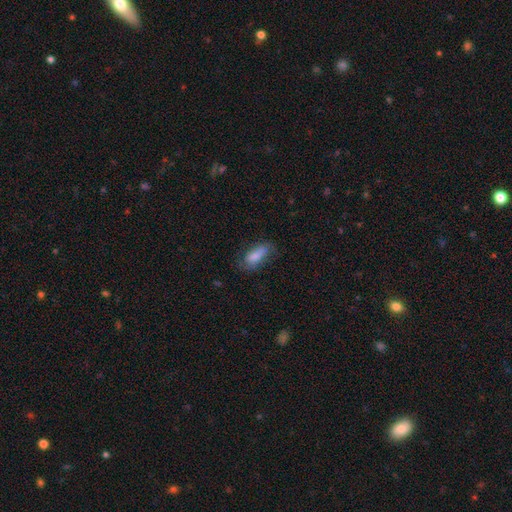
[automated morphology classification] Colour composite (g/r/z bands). It shows a smooth galaxy with no disk features (74%) that is in between round and cigar-shaped (73%). Merging: none (56%).